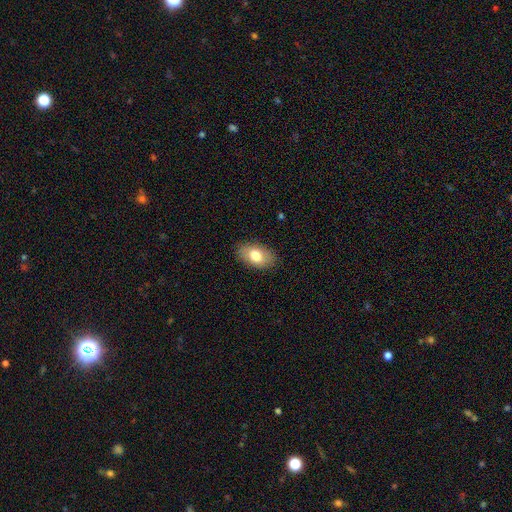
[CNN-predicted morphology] Smooth or featured: smooth — 77% (featured or disk — 16%)
How rounded: in between — 92% (round — 7%)
Merging: none — 85% (minor disturbance — 11%)